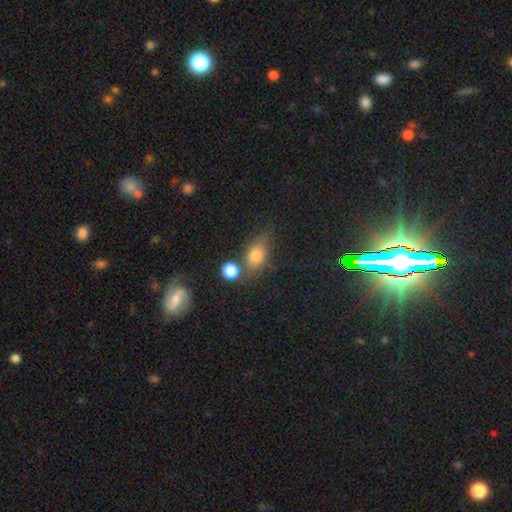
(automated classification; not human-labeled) Overall: smooth (75%). How rounded: in between (69%). Merging: none (53%; minor disturbance 19%).